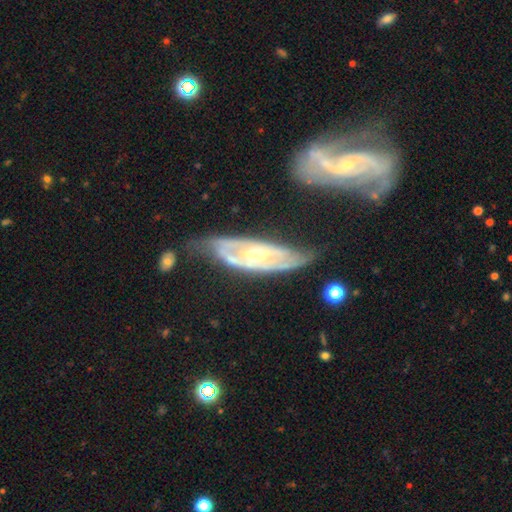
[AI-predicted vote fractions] Smooth or featured: featured or disk — 83% (smooth — 12%)
Edge-on disk: no — 79% (yes — 21%)
Bar: no — 54% (weak — 32%)
Spiral arms: yes — 78% (no — 22%)
Spiral winding: tight — 58% (medium — 32%)
Spiral arm count: 2 — 43% (can't tell — 41%)
Bulge size: moderate — 70% (small — 19%)
Merging: none — 60% (minor disturbance — 25%)